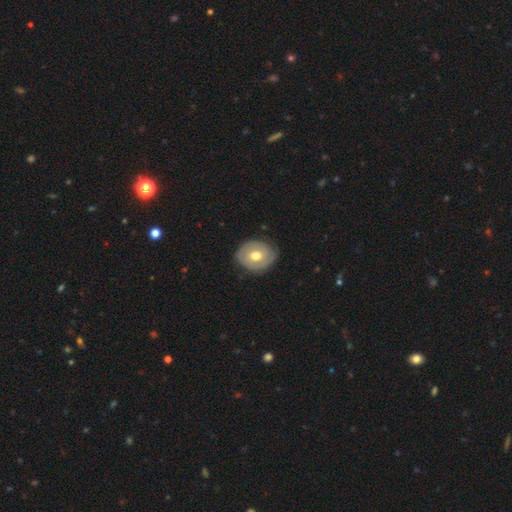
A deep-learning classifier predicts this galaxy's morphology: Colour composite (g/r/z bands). It shows a smooth galaxy with no disk features (51%) that is round (61%). Merging: none (76%).